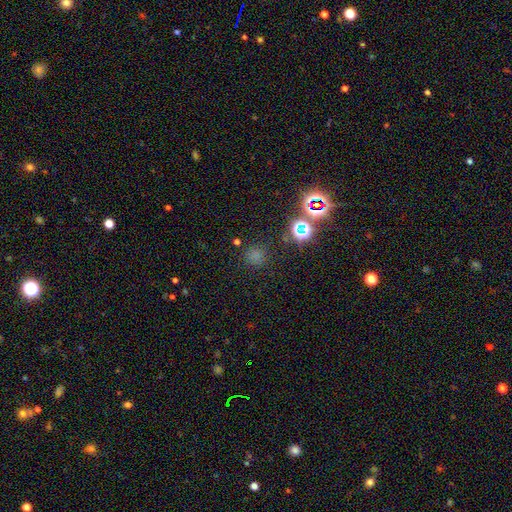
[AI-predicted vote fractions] Morphology: type=smooth (62%); roundness=round (89%); merging=none (80%).